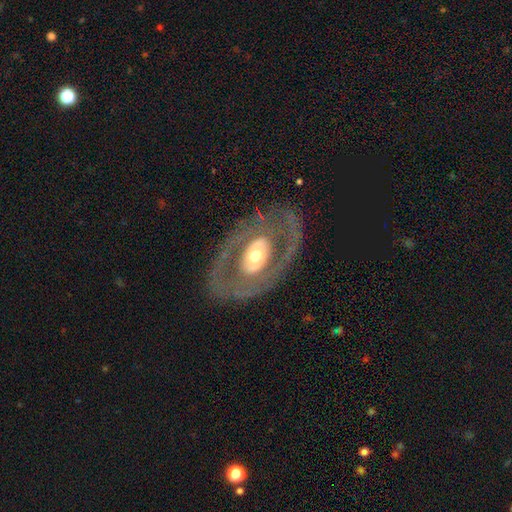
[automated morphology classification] A featured or disk galaxy (73%) with no bar (67%), no spiral arms (64%) and a moderate central bulge (63%). Merging: none (77%).